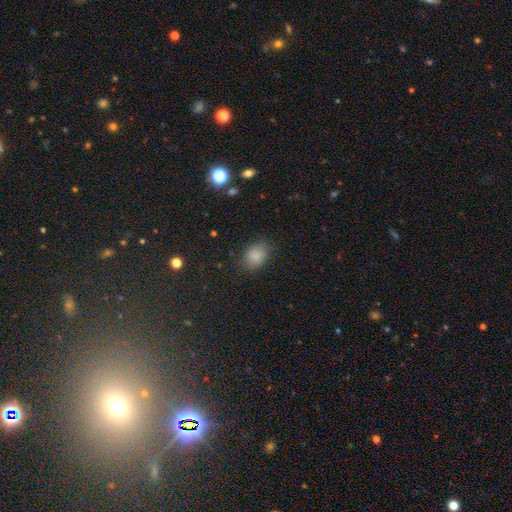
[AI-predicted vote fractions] This appears to be a smooth galaxy with no disk features (85%) that is in between round and cigar-shaped (66%). Merging: none (81%).